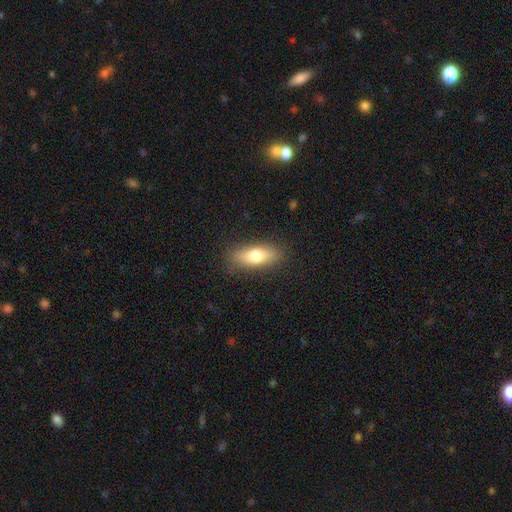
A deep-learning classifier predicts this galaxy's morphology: type=smooth (72%); roundness=in between (62%); merging=none (85%).